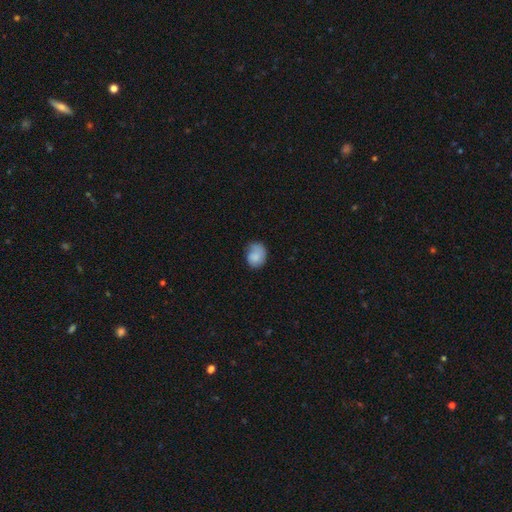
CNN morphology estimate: Smooth or featured?
  - smooth: 80% *
  - featured or disk: 12%
  - star or artifact: 8%
How rounded?
  - in between: 50% *
  - round: 49%
  - cigar-shaped: 1%
Merging?
  - none: 49% *
  - minor disturbance: 33%
  - major disturbance: 15%
  - merger: 3%